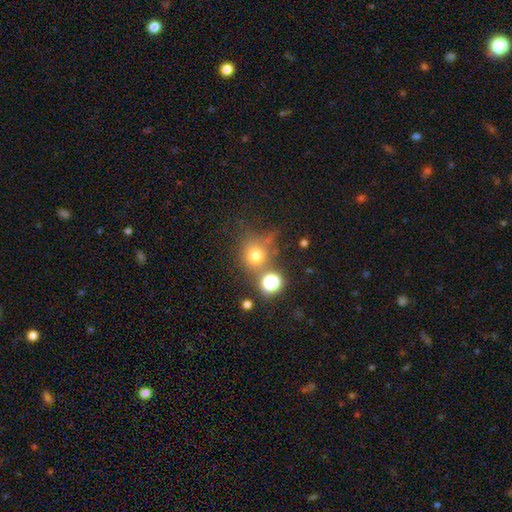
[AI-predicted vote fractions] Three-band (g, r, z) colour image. It shows a smooth galaxy with no disk features (69%) that is round (85%). Merging: none (61%).